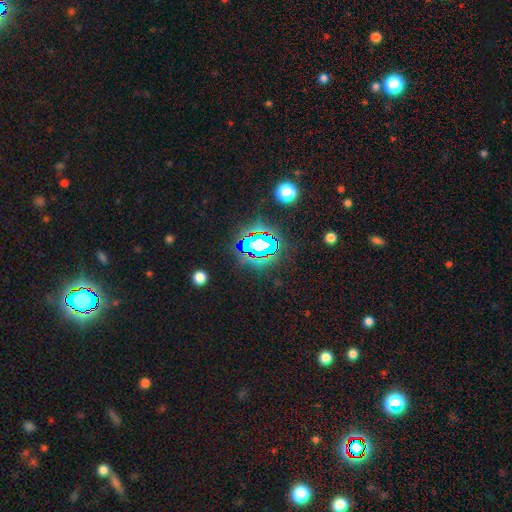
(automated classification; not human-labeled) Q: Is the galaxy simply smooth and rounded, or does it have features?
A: star or artifact — 74%.